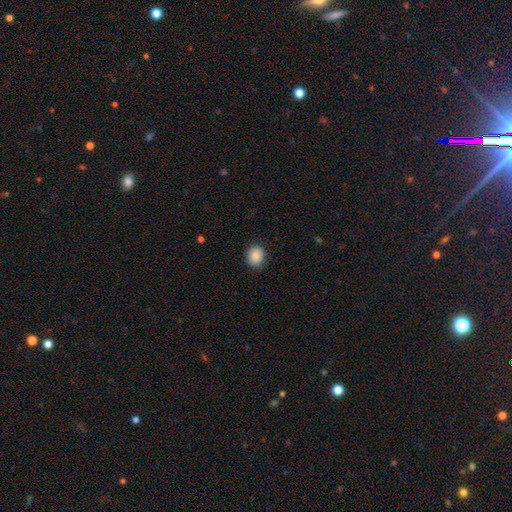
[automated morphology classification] A smooth galaxy with no disk features (89%) that is round (60%). Merging: none (86%).